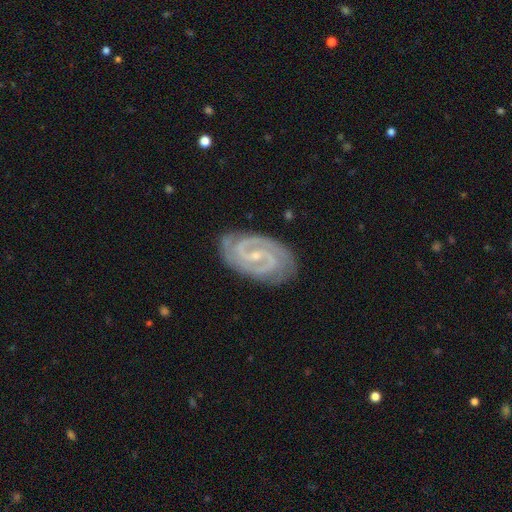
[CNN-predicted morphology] A featured or disk galaxy (92%) with a weak bar (46%), 2 (88%) tight (59%) spiral arms (99%) and a small central bulge (76%).

Vote fractions:
- Smooth or featured? featured or disk: 92% / star or artifact: 5% / smooth: 3%
- Edge-on disk? no: 97% / yes: 3%
- Bar? weak: 46% / no: 33% / strong: 22%
- Spiral arms? yes: 99% / no: 1%
- Spiral winding? tight: 59% / medium: 36% / loose: 5%
- Spiral arm count? 2: 88% / 3: 5% / can't tell: 2% / 4: 1% / 1: 1% / more than 4: 1%
- Bulge size? small: 76% / moderate: 19% / none: 3% / large: 1% / dominant: 1%
- Merging? none: 83% / minor disturbance: 13% / major disturbance: 3% / merger: 1%